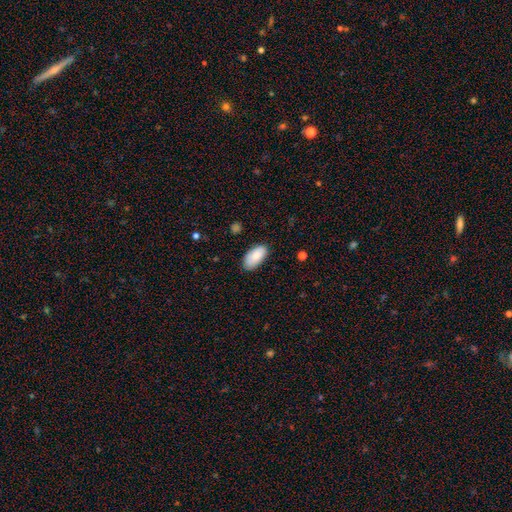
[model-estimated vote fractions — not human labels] A smooth galaxy with no disk features (87%) that is in between round and cigar-shaped (95%).

Vote fractions:
- Smooth or featured? smooth: 87% / featured or disk: 7% / star or artifact: 6%
- How rounded? in between: 95% / cigar-shaped: 3% / round: 2%
- Merging? none: 82% / minor disturbance: 14% / major disturbance: 2% / merger: 1%